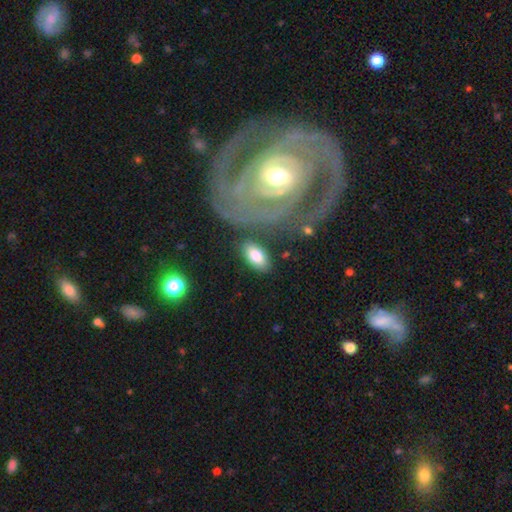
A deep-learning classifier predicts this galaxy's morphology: This is likely a smooth galaxy (80%). How rounded: clearly in between (93%). Merging: likely none (80%).